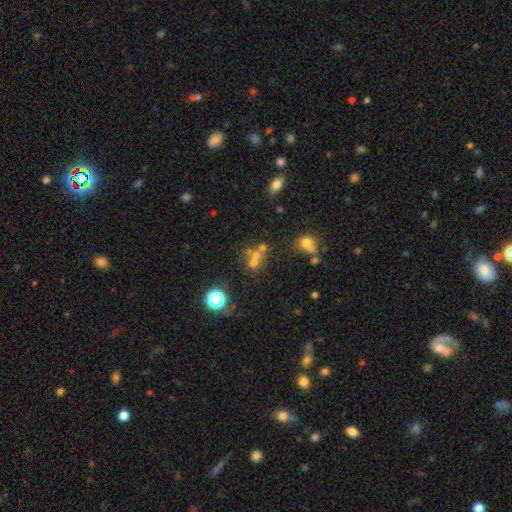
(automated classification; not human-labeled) Overall: smooth (52%; star or artifact 27%). How rounded: round (79%). Merging: merger (43%; none 42%).